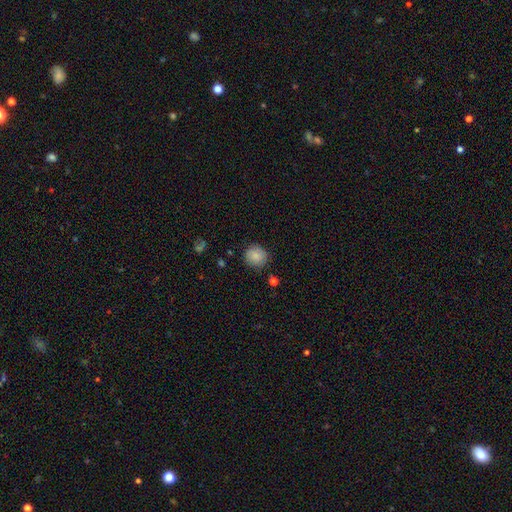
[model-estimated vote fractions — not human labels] A smooth galaxy with no disk features (86%) that is round (86%). Merging: none (84%).